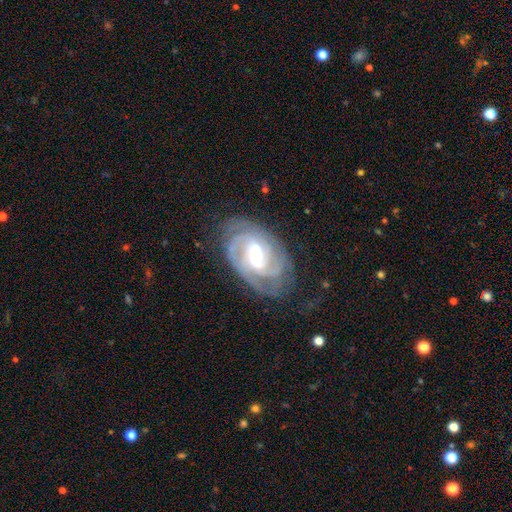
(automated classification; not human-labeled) A featured or disk galaxy (90%) with a weak bar (48%), 2 (33%) tight (61%) spiral arms (98%) and a moderate central bulge (48%).

Vote fractions:
- Smooth or featured? featured or disk: 90% / smooth: 6% / star or artifact: 5%
- Edge-on disk? no: 97% / yes: 3%
- Bar? weak: 48% / no: 31% / strong: 21%
- Spiral arms? yes: 98% / no: 2%
- Spiral winding? tight: 61% / medium: 33% / loose: 6%
- Spiral arm count? 2: 33% / 3: 29% / can't tell: 18% / 4: 11% / more than 4: 5% / 1: 4%
- Bulge size? moderate: 48% / small: 47% / large: 3% / none: 1% / dominant: 1%
- Merging? none: 74% / minor disturbance: 18% / major disturbance: 7% / merger: 1%